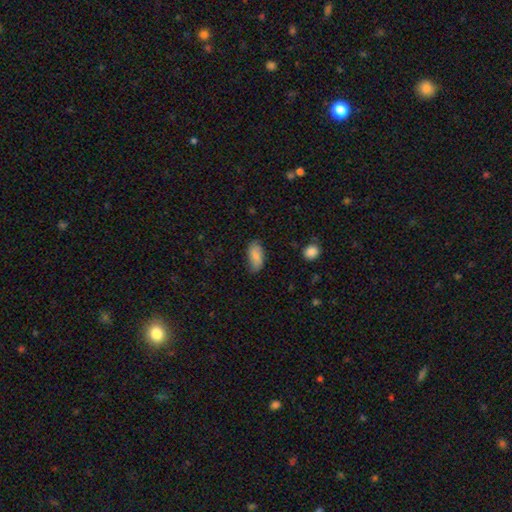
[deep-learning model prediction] Smooth or featured? smooth (83%)
How rounded? in between (92%)
Merging? none (73%)